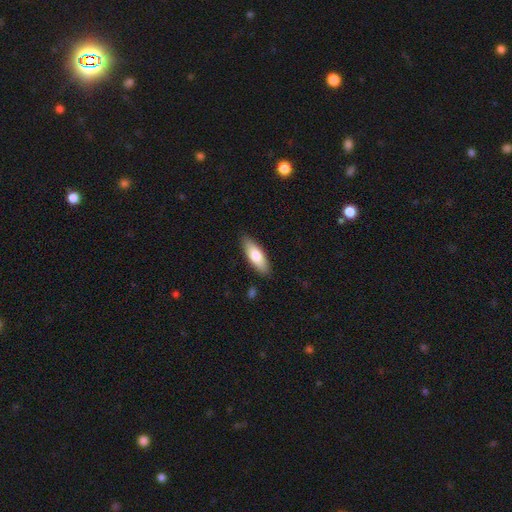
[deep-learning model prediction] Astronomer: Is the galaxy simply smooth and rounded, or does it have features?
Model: smooth — 74%.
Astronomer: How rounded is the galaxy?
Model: in between — 61% (runner-up: cigar-shaped, 37%).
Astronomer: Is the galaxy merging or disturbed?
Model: none — 87%.